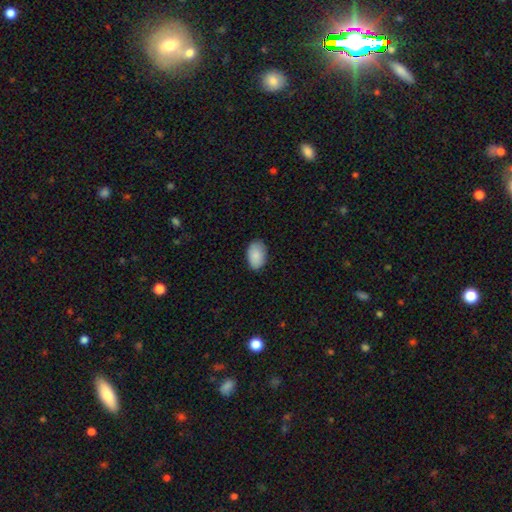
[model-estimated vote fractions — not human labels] Smooth or featured? smooth (89%)
How rounded? in between (90%)
Merging? none (85%)